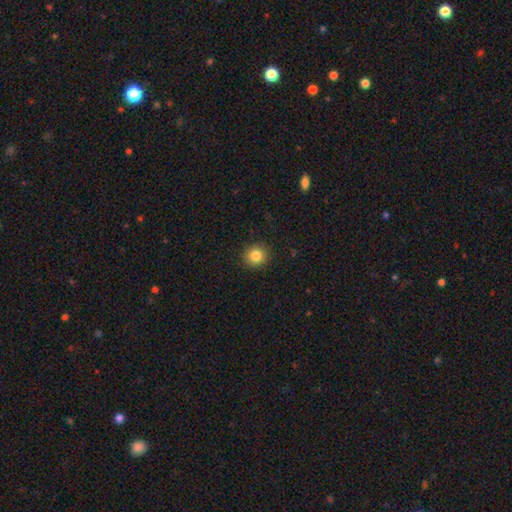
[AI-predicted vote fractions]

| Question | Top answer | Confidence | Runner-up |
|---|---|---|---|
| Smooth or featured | smooth | 84% | star or artifact (11%) |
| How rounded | round | 91% | in between (8%) |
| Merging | none | 91% | minor disturbance (6%) |